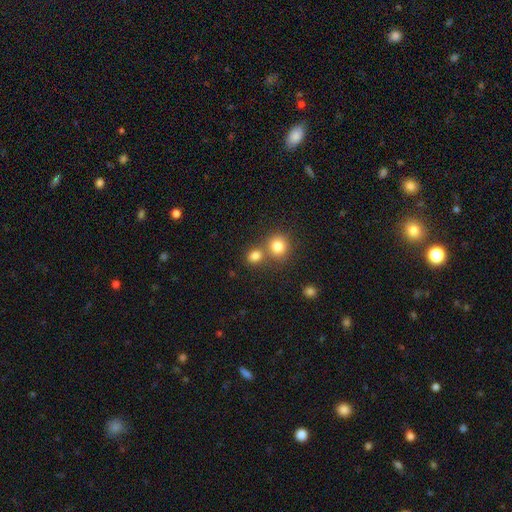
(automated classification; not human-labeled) Smooth or featured? Predicted: smooth (p=0.81). How rounded? Predicted: round (p=0.77). Merging? Predicted: none (p=0.55).